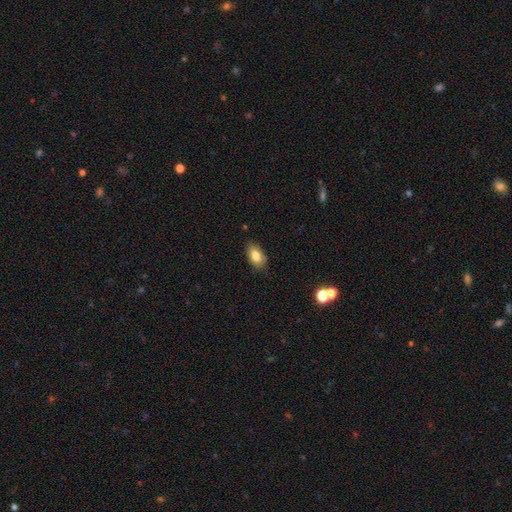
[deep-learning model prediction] This appears to be a smooth galaxy with no disk features (81%) that is in between round and cigar-shaped (90%). Merging: none (79%).